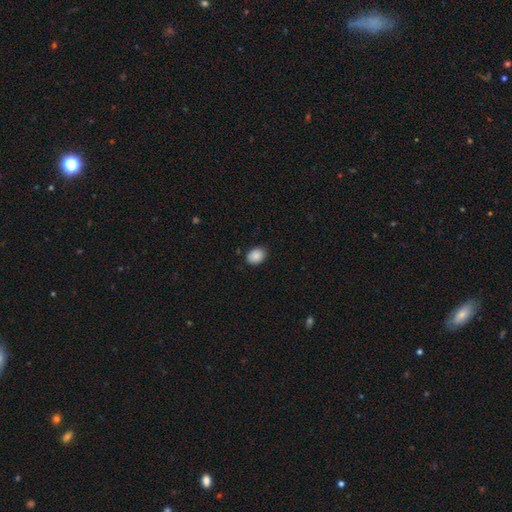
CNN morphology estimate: Smooth or featured: smooth — 88% (star or artifact — 8%)
How rounded: in between — 64% (round — 36%)
Merging: none — 86% (minor disturbance — 10%)